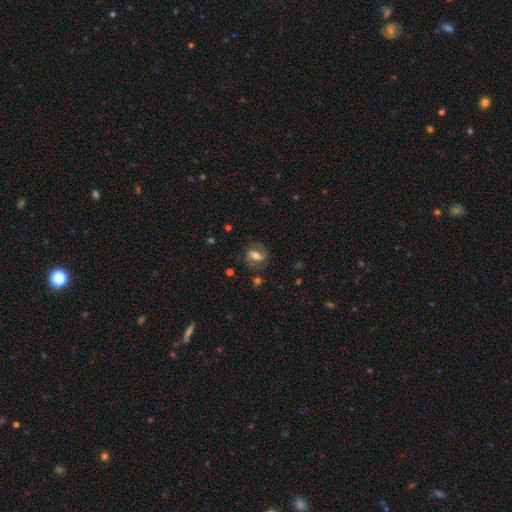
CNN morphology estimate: type=featured or disk (61%); edge-on=no (95%); bar=strong (40%); spiral arms=yes (82%); bulge=moderate (63%); merging=none (74%).